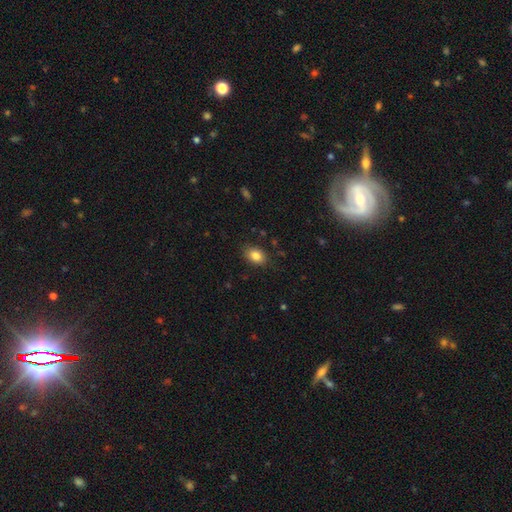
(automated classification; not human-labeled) Smooth or featured? Predicted: smooth (p=0.84). How rounded? Predicted: in between (p=0.79). Merging? Predicted: none (p=0.83).